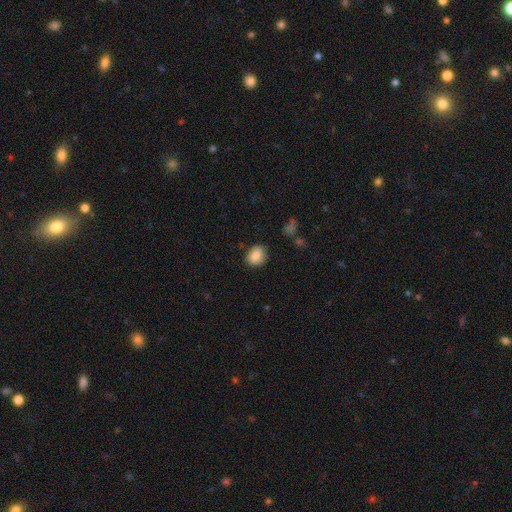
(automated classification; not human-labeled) This is clearly a smooth galaxy (81%). How rounded: likely round (63%). Merging: likely none (80%).